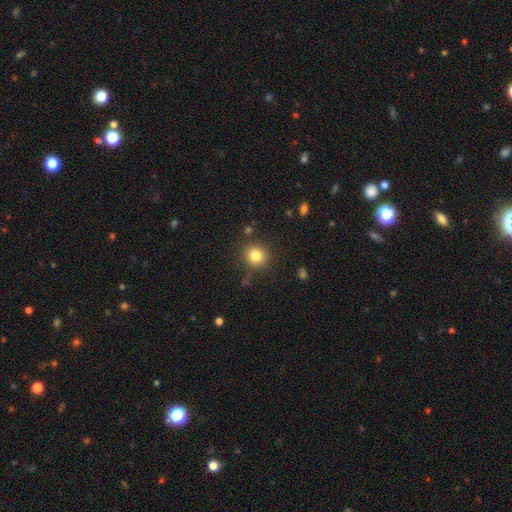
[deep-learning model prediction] Smooth or featured? smooth (82%)
How rounded? round (88%)
Merging? none (85%)